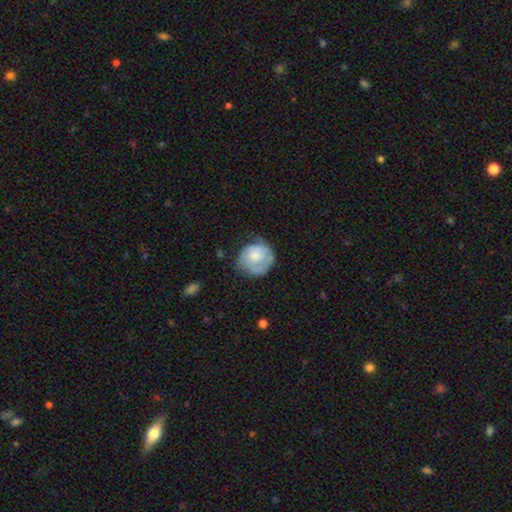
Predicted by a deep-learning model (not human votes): smooth-or-featured: smooth: 56% | featured or disk: 37% | star or artifact: 6%
  how-rounded: round: 82% | in between: 17% | cigar-shaped: 1%
  merging: none: 54% | minor disturbance: 30% | major disturbance: 14% | merger: 2%